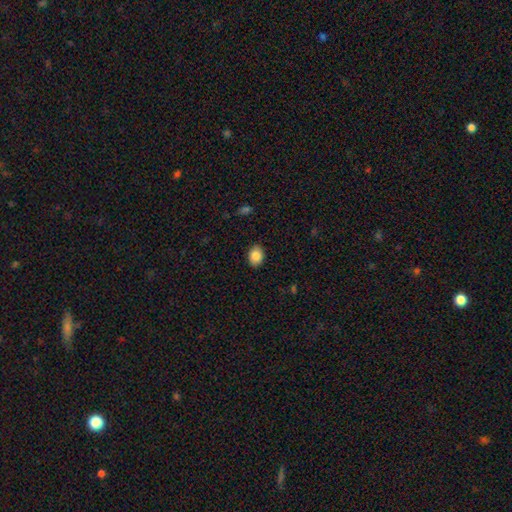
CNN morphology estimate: Smooth or featured?
  - smooth: 87% *
  - star or artifact: 8%
  - featured or disk: 5%
How rounded?
  - in between: 70% *
  - round: 29%
  - cigar-shaped: 1%
Merging?
  - none: 89% *
  - minor disturbance: 8%
  - major disturbance: 2%
  - merger: 1%